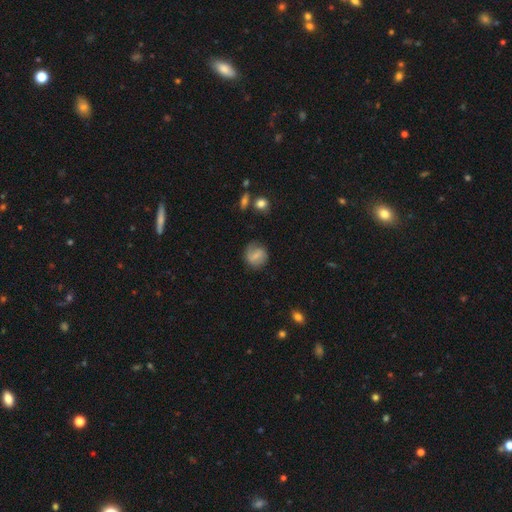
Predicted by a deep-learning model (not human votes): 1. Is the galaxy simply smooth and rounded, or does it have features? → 60% smooth, 31% featured or disk, 8% star or artifact.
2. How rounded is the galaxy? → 81% round, 18% in between, 1% cigar-shaped.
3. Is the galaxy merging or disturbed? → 76% none, 17% minor disturbance, 6% major disturbance, 2% merger.